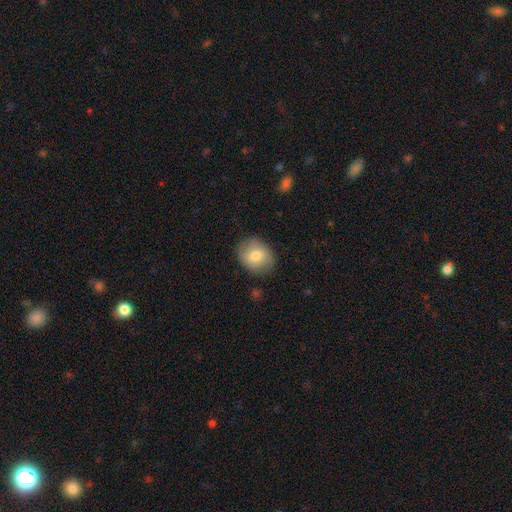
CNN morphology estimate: Overall: smooth (75%). How rounded: round (52%; in between 47%). Merging: none (82%).